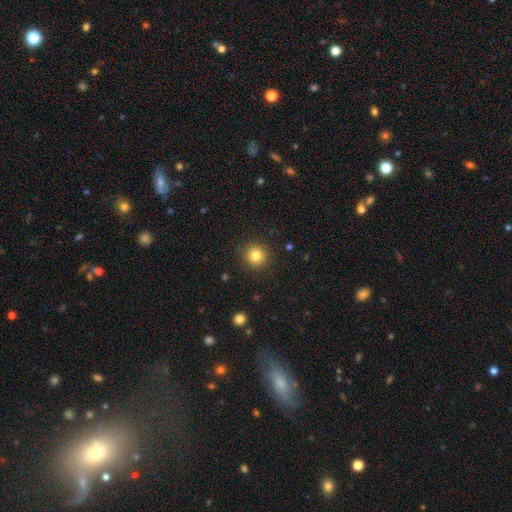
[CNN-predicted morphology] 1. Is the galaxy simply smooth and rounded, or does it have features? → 82% smooth, 12% star or artifact, 6% featured or disk.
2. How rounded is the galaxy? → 93% round, 6% in between, 1% cigar-shaped.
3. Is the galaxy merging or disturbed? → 90% none, 7% minor disturbance, 2% major disturbance, 1% merger.